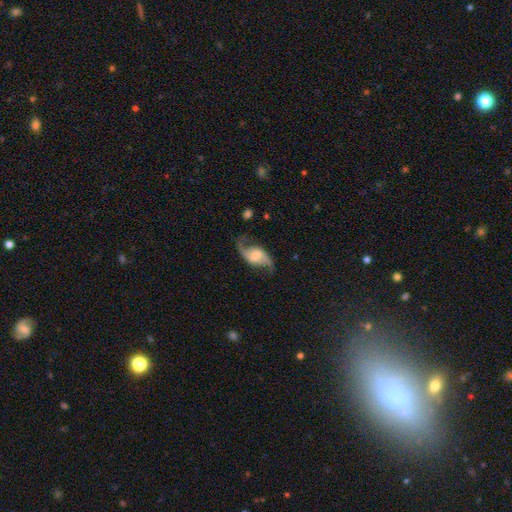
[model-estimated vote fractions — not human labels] smooth_or_featured: featured or disk (p=0.84) [alt: smooth p=0.10]
disk_edge_on: no (p=0.96) [alt: yes p=0.04]
bar: weak (p=0.47) [alt: no p=0.32]
has_spiral_arms: yes (p=0.95) [alt: no p=0.05]
spiral_winding: loose (p=0.75) [alt: medium p=0.21]
spiral_arm_count: 2 (p=0.93) [alt: 1 p=0.02]
bulge_size: moderate (p=0.32) [alt: small p=0.26]
merging: none (p=0.73) [alt: minor disturbance p=0.15]